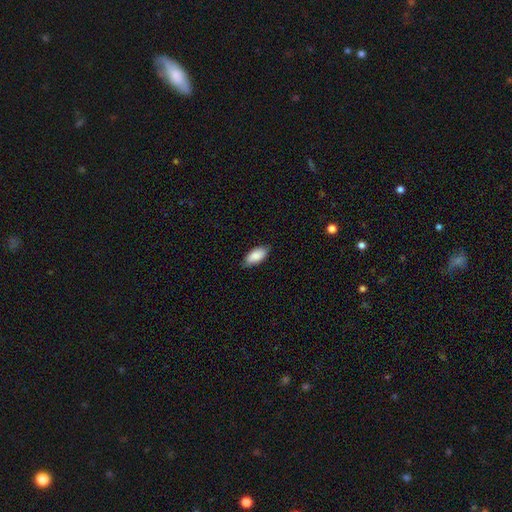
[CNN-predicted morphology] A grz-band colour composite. It shows a smooth galaxy with no disk features (88%) that is in between round and cigar-shaped (91%). Merging: none (83%).